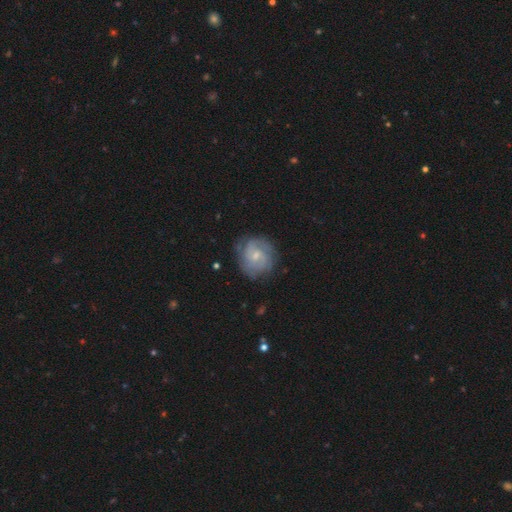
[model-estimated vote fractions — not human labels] This appears to be a featured or disk galaxy (73%) with no bar (52%), 2 (33%) tight (54%) spiral arms (92%) and a small central bulge (55%). Merging: none (75%).